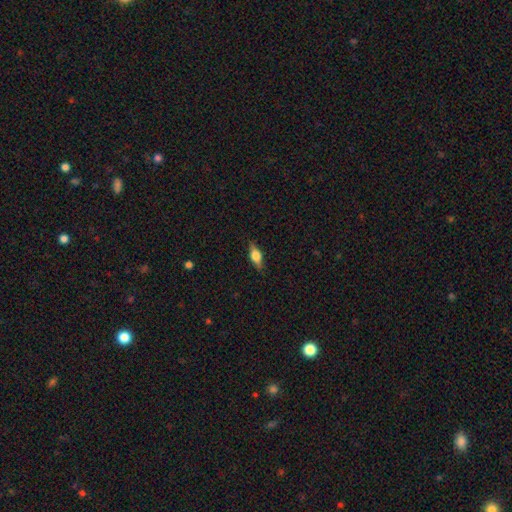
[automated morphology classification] A smooth galaxy with no disk features (52%) that is in between round and cigar-shaped (67%).

Vote fractions:
- Smooth or featured? smooth: 52% / featured or disk: 40% / star or artifact: 8%
- How rounded? in between: 67% / cigar-shaped: 26% / round: 6%
- Merging? none: 85% / minor disturbance: 12% / major disturbance: 3% / merger: 1%